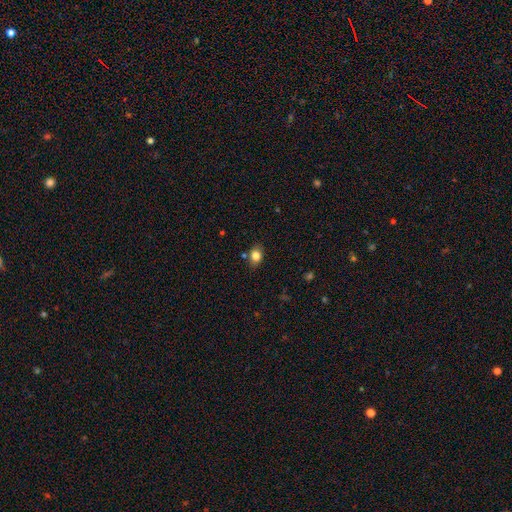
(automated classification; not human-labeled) Smooth or featured? smooth (82%)
How rounded? in between (64%)
Merging? none (78%)